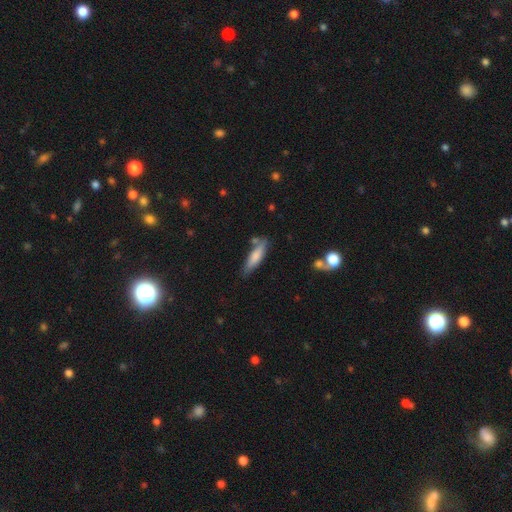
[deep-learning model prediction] This is likely a smooth galaxy (76%). How rounded: likely cigar-shaped (69%). Merging: likely none (69%).